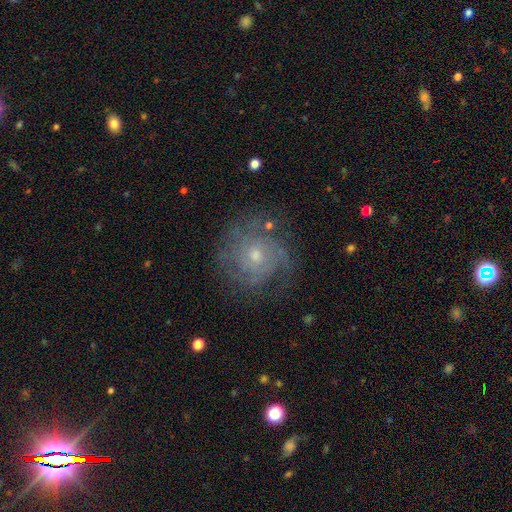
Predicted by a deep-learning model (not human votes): Smooth or featured? featured or disk (70%)
Edge-on disk? no (97%)
Bar? no (82%)
Spiral arms? yes (84%)
Spiral winding? tight (57%)
Spiral arm count? can't tell (47%)
Bulge size? small (55%)
Merging? none (69%)